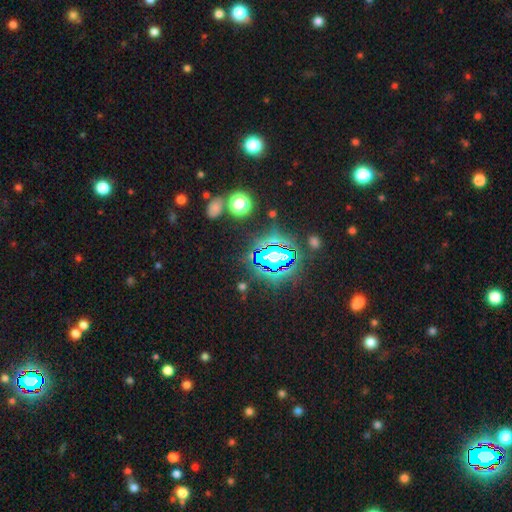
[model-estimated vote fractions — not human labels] The model was most divided on "smooth or featured": star or artifact: 76%, smooth: 14%, featured or disk: 10%.